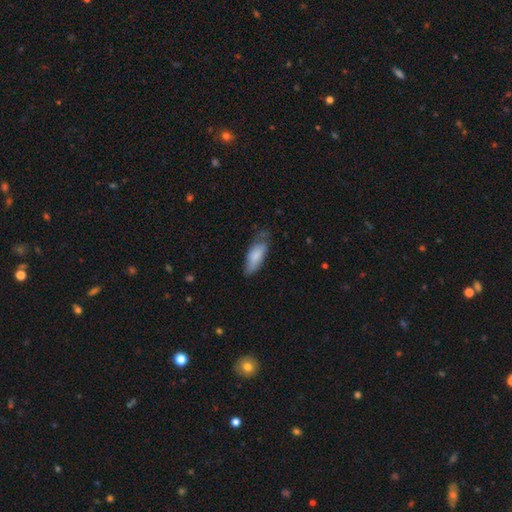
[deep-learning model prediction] A smooth galaxy with no disk features (78%) that is in between round and cigar-shaped (75%).

Vote fractions:
- Smooth or featured? smooth: 78% / featured or disk: 16% / star or artifact: 6%
- How rounded? in between: 75% / cigar-shaped: 24% / round: 2%
- Merging? none: 52% / minor disturbance: 35% / major disturbance: 11% / merger: 2%